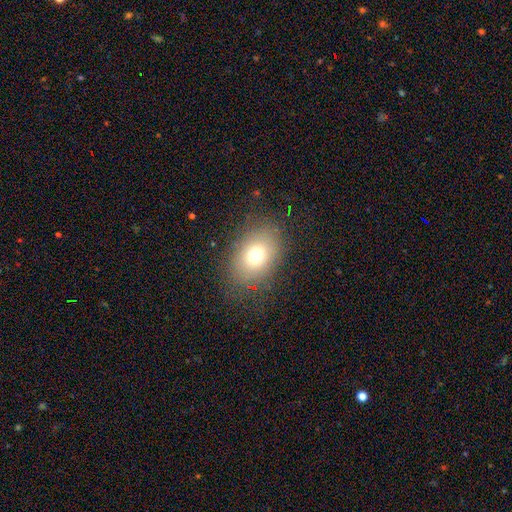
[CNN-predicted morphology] A smooth galaxy with no disk features (72%) that is in between round and cigar-shaped (66%). Merging: none (81%).